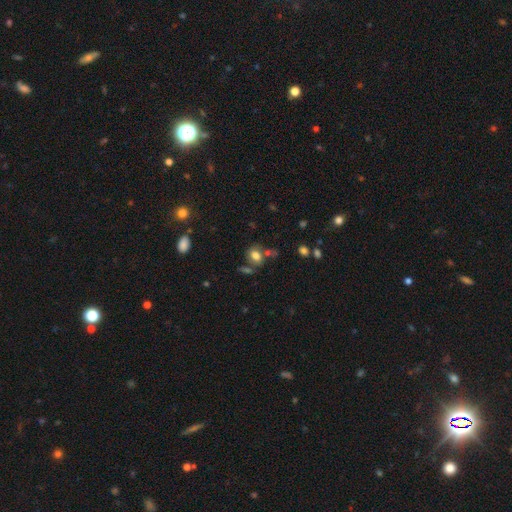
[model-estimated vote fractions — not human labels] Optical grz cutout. It shows a smooth galaxy with no disk features (75%) that is in between round and cigar-shaped (70%). Merging: none (55%).